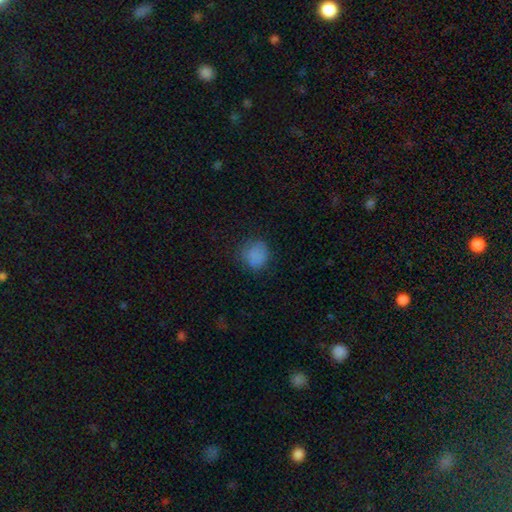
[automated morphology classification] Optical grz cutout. It shows a smooth galaxy with no disk features (81%) that is round (80%). Merging: none (73%).